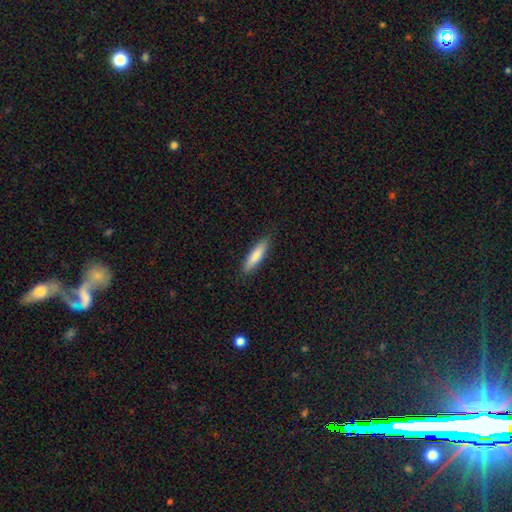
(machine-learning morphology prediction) Q: Smooth or featured?
A: smooth (82%); runner-up: featured or disk (12%)
Q: How rounded?
A: cigar-shaped (76%); runner-up: in between (23%)
Q: Merging?
A: none (86%); runner-up: minor disturbance (11%)